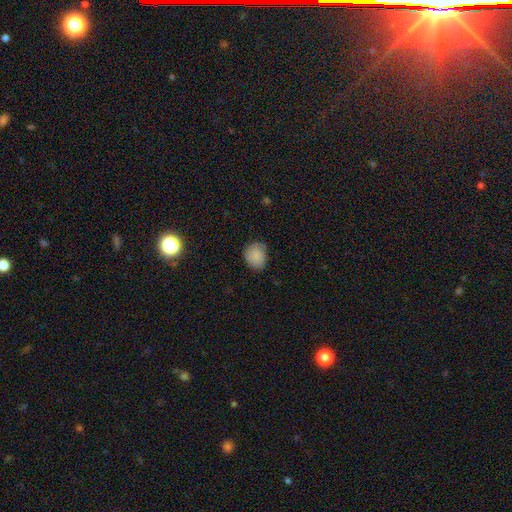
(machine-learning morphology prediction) This is clearly a smooth galaxy (81%). How rounded: possibly round (59%). Merging: likely none (64%).